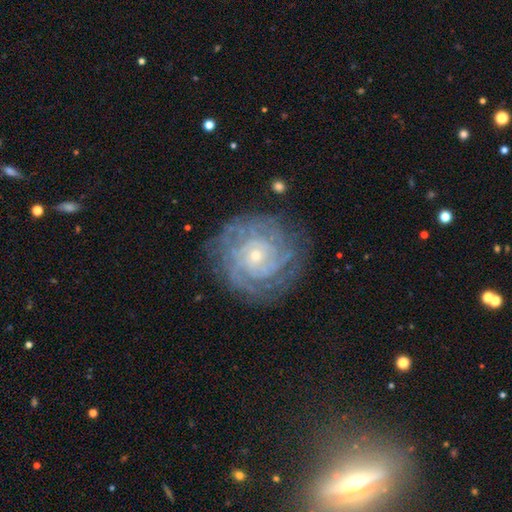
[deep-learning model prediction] A featured or disk galaxy (83%) with no bar (78%), tight (80%) spiral arms (93%) and a small central bulge (72%).

Vote fractions:
- Smooth or featured? featured or disk: 83% / smooth: 10% / star or artifact: 7%
- Edge-on disk? no: 97% / yes: 3%
- Bar? no: 78% / weak: 18% / strong: 4%
- Spiral arms? yes: 93% / no: 7%
- Spiral winding? tight: 80% / medium: 16% / loose: 4%
- Spiral arm count? can't tell: 42% / 4: 16% / 3: 14% / 2: 11% / more than 4: 10% / 1: 6%
- Bulge size? small: 72% / moderate: 24% / large: 2% / none: 1% / dominant: 1%
- Merging? none: 79% / minor disturbance: 14% / major disturbance: 6% / merger: 1%